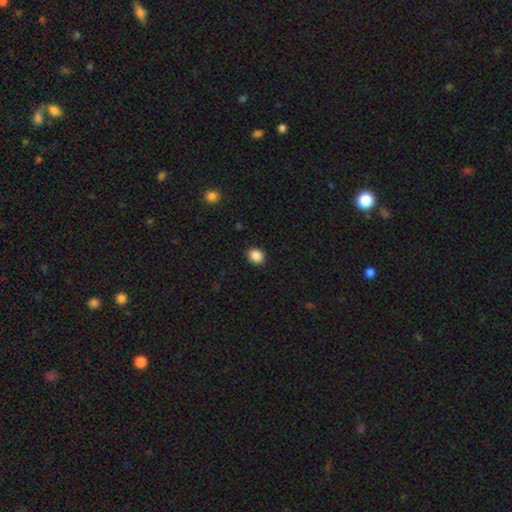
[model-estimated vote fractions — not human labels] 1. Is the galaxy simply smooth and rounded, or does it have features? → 88% smooth, 9% star or artifact, 3% featured or disk.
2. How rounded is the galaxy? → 56% round, 43% in between, 1% cigar-shaped.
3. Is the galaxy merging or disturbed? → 90% none, 7% minor disturbance, 2% major disturbance, 1% merger.